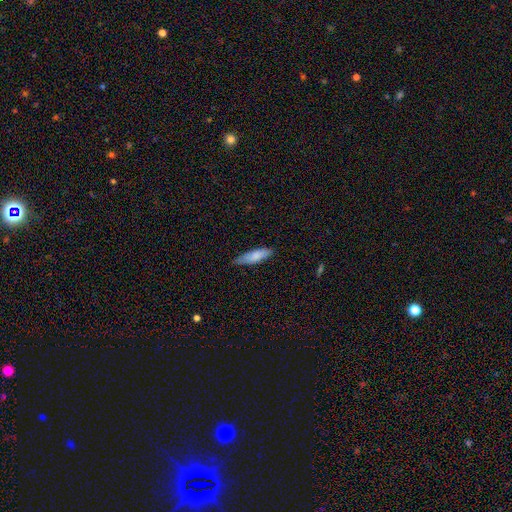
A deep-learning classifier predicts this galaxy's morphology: Smooth or featured?
  - smooth: 80% *
  - featured or disk: 14%
  - star or artifact: 6%
How rounded?
  - cigar-shaped: 61% *
  - in between: 38%
  - round: 2%
Merging?
  - none: 81% *
  - minor disturbance: 16%
  - major disturbance: 2%
  - merger: 1%